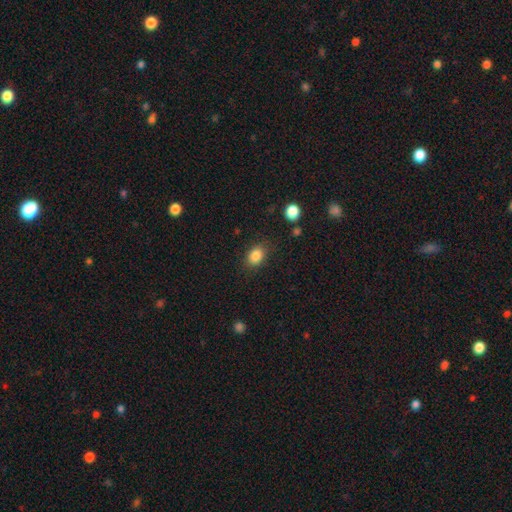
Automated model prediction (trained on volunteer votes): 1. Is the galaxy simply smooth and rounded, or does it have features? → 86% smooth, 9% star or artifact, 5% featured or disk.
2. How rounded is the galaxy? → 68% in between, 31% round, 1% cigar-shaped.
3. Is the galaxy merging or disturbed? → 83% none, 12% minor disturbance, 4% major disturbance, 2% merger.